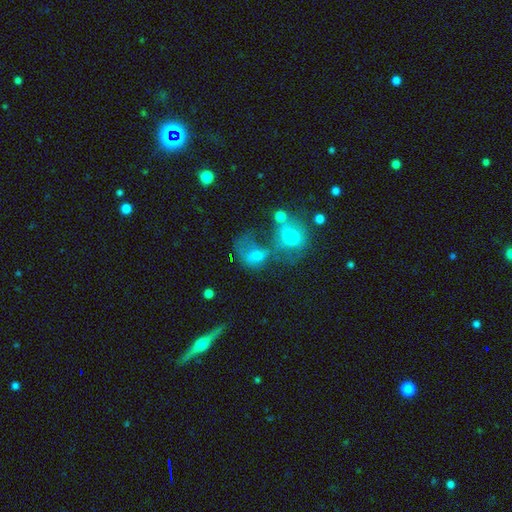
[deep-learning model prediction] smooth_or_featured: smooth (p=0.63) [alt: featured or disk p=0.23]
how_rounded: in between (p=0.65) [alt: round p=0.33]
merging: merger (p=0.47) [alt: major disturbance p=0.22]